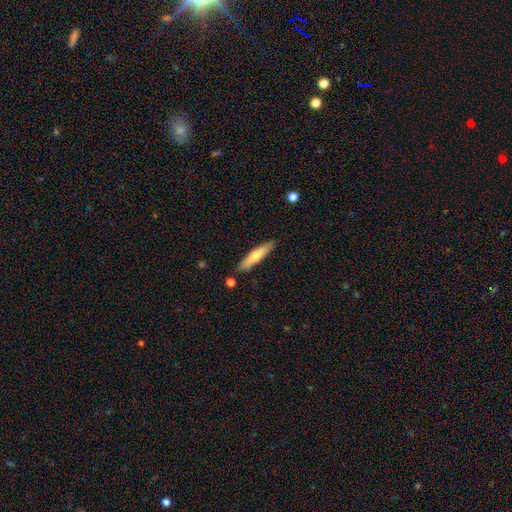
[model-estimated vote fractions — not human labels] smooth_or_featured: smooth (p=0.61) [alt: featured or disk p=0.33]
how_rounded: cigar-shaped (p=0.88) [alt: in between p=0.10]
merging: none (p=0.86) [alt: minor disturbance p=0.10]